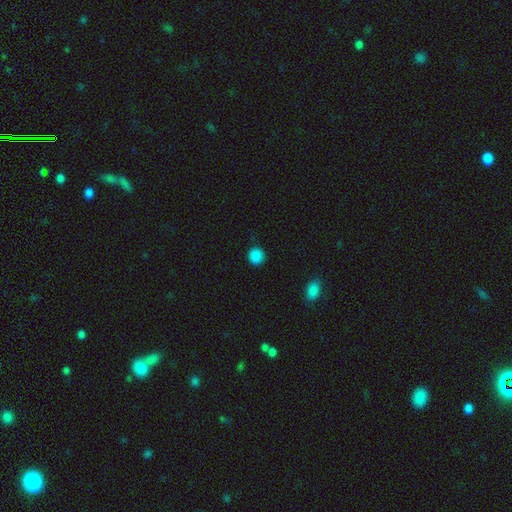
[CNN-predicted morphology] type=smooth (87%); roundness=round (92%); merging=none (90%).